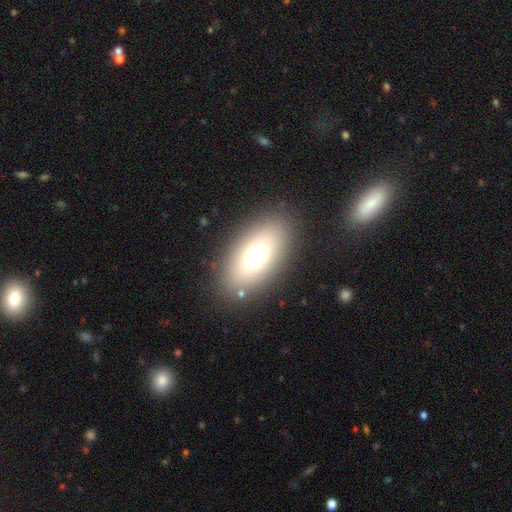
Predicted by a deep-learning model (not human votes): smooth-or-featured: smooth: 65% | featured or disk: 21% | star or artifact: 14%
  how-rounded: in between: 85% | round: 12% | cigar-shaped: 3%
  merging: none: 85% | minor disturbance: 9% | major disturbance: 5% | merger: 2%